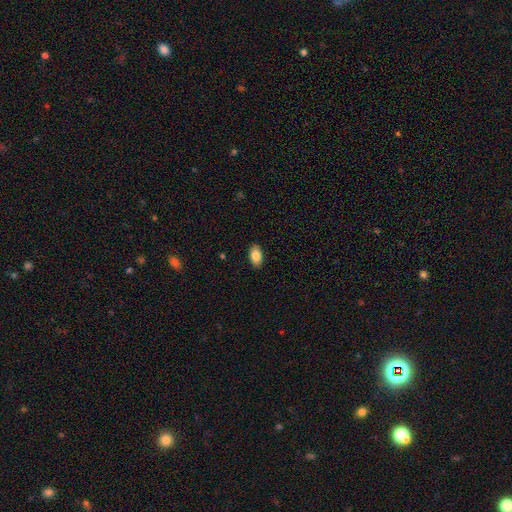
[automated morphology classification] This is clearly a smooth galaxy (84%). How rounded: clearly in between (93%). Merging: clearly none (89%).